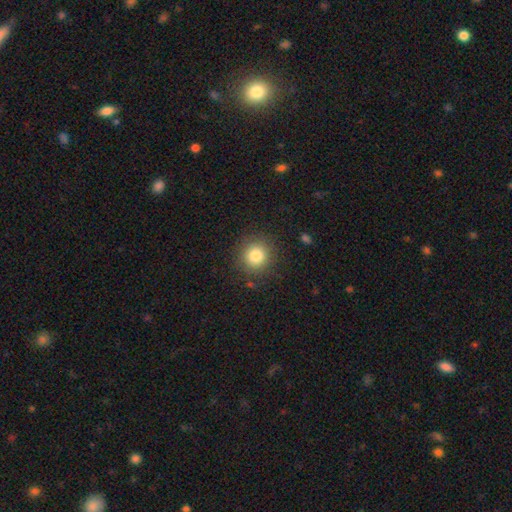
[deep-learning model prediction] smooth 82%, star or artifact 11%, featured or disk 7%. Down the decision tree: how rounded — round (92%); merging — none (87%).